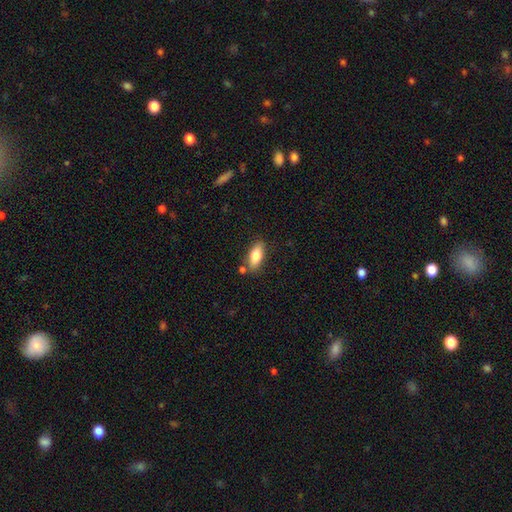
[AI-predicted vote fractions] This is likely a smooth galaxy (78%). How rounded: likely in between (79%). Merging: likely none (78%).